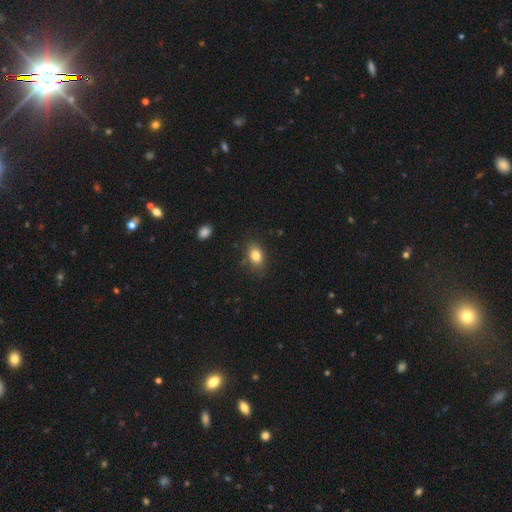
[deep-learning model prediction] Smooth or featured? Predicted: smooth (p=0.83). How rounded? Predicted: in between (p=0.79). Merging? Predicted: none (p=0.80).